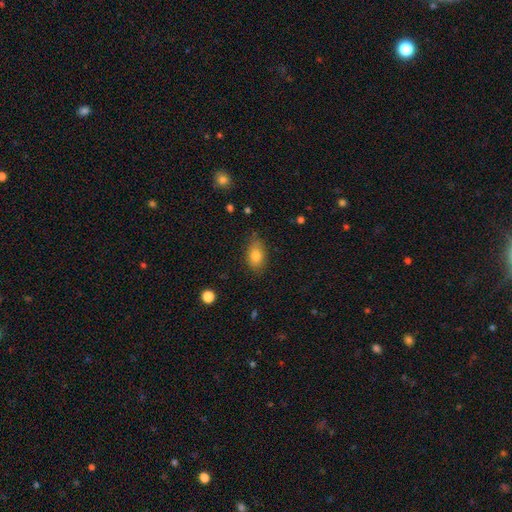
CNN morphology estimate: A smooth galaxy with no disk features (81%) that is in between round and cigar-shaped (85%). Merging: none (77%).